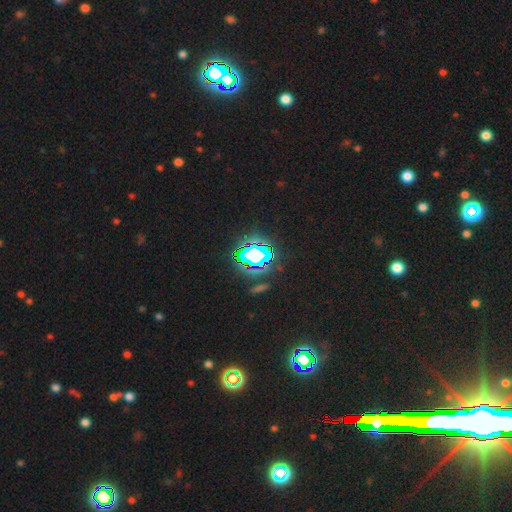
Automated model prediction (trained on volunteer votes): Overall: star or artifact (75%).